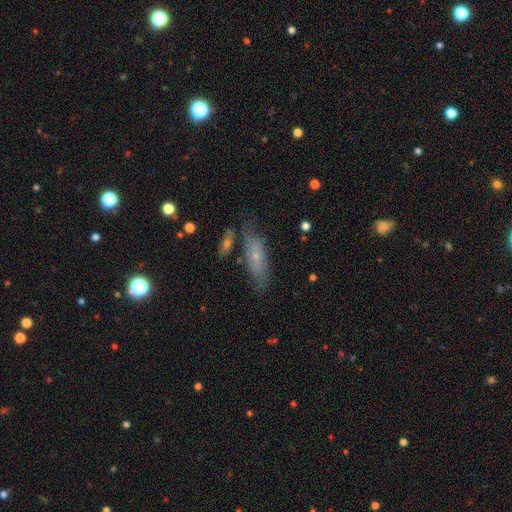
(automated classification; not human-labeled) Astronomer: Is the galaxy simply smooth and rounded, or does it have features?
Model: smooth — 51% (runner-up: featured or disk, 40%).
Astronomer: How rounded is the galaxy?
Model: in between — 50% (runner-up: cigar-shaped, 47%).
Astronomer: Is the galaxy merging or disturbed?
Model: none — 66%.